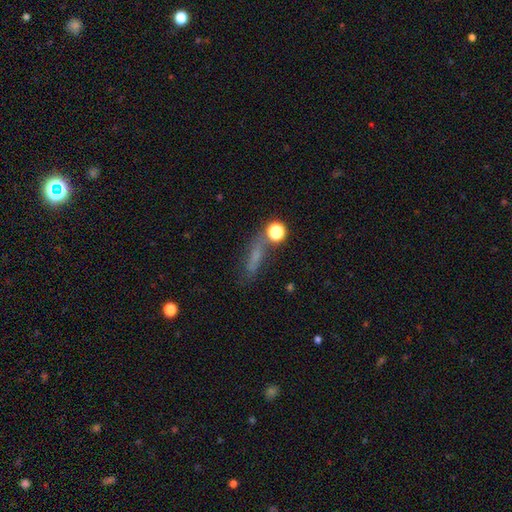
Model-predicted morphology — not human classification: type=smooth (52%); roundness=cigar-shaped (57%); merging=none (55%).